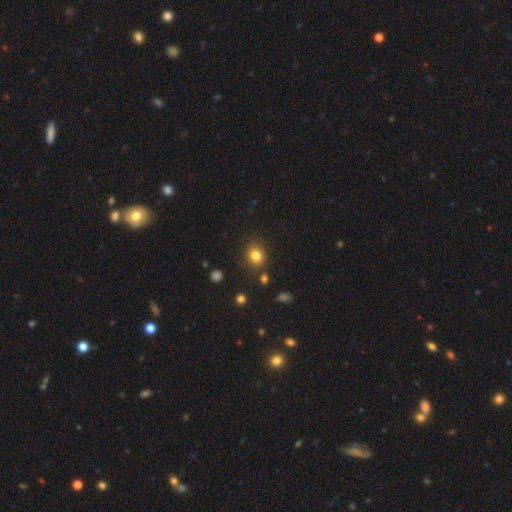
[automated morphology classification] Smooth or featured?
  - smooth: 82% *
  - star or artifact: 12%
  - featured or disk: 6%
How rounded?
  - round: 74% *
  - in between: 26%
  - cigar-shaped: 1%
Merging?
  - none: 84% *
  - minor disturbance: 10%
  - merger: 4%
  - major disturbance: 3%